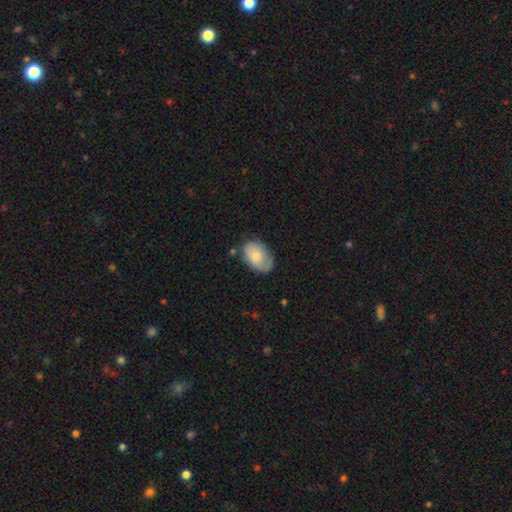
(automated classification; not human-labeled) A smooth galaxy with no disk features (71%) that is in between round and cigar-shaped (87%). Merging: none (67%).